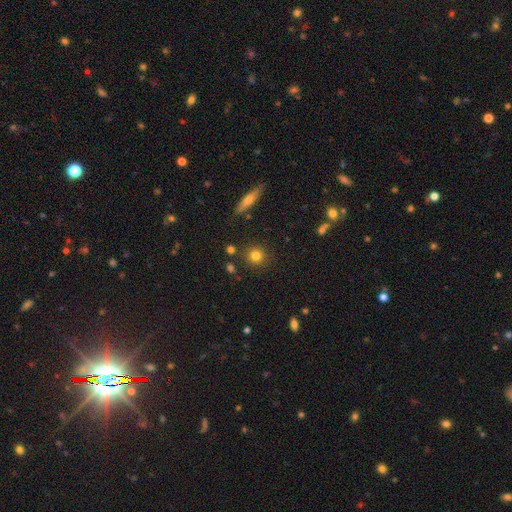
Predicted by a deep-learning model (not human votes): smooth-or-featured: smooth: 79% | star or artifact: 12% | featured or disk: 9%
  how-rounded: round: 89% | in between: 9% | cigar-shaped: 2%
  merging: none: 87% | minor disturbance: 7% | merger: 4% | major disturbance: 2%